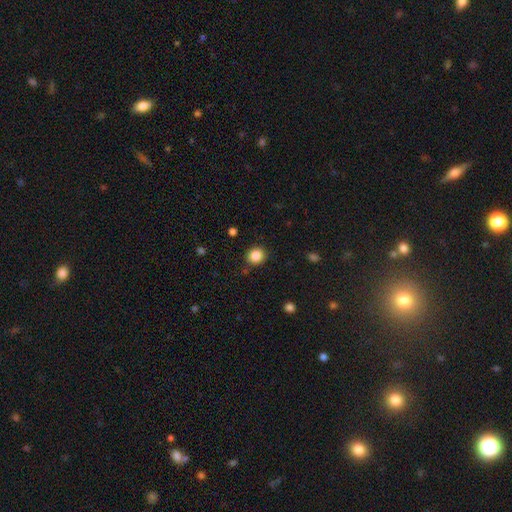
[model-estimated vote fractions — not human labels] The model was most divided on "how rounded": round: 84%, in between: 16%, cigar-shaped: 1%. More confident: merging — none (87%); smooth or featured — smooth (85%).